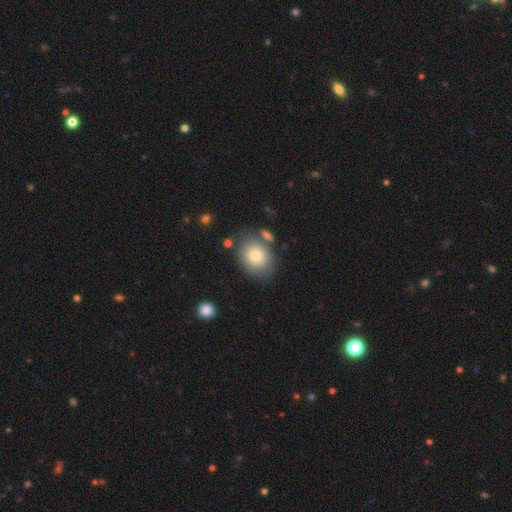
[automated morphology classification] Q: Smooth or featured?
A: smooth (77%); runner-up: featured or disk (15%)
Q: How rounded?
A: in between (55%); runner-up: round (44%)
Q: Merging?
A: none (70%); runner-up: minor disturbance (16%)